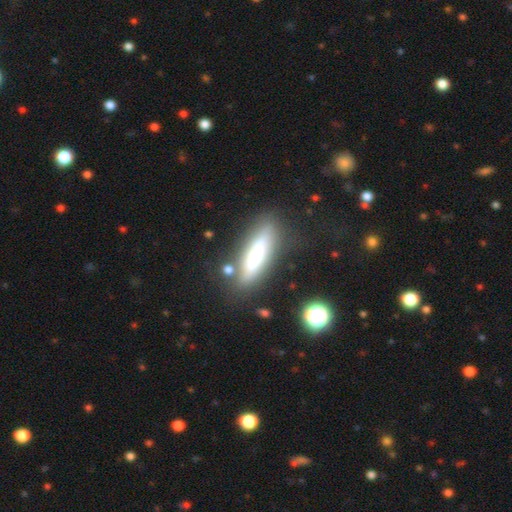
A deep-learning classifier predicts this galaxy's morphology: smooth_or_featured: smooth (p=0.54) [alt: featured or disk p=0.37]
how_rounded: cigar-shaped (p=0.66) [alt: in between p=0.32]
merging: none (p=0.77) [alt: minor disturbance p=0.14]